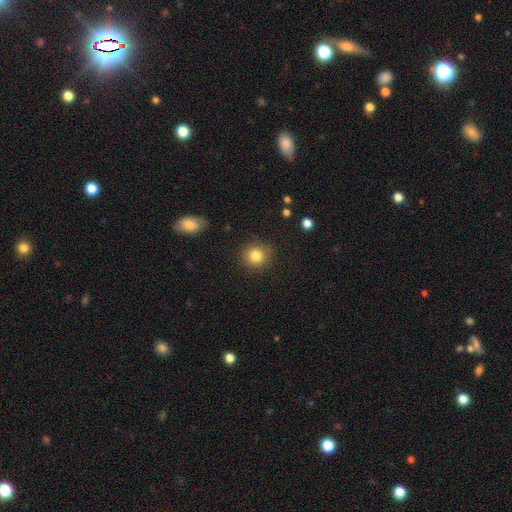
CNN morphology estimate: A smooth galaxy with no disk features (83%) that is round (89%).

Vote fractions:
- Smooth or featured? smooth: 83% / star or artifact: 10% / featured or disk: 6%
- How rounded? round: 89% / in between: 10% / cigar-shaped: 1%
- Merging? none: 86% / minor disturbance: 10% / major disturbance: 3% / merger: 2%